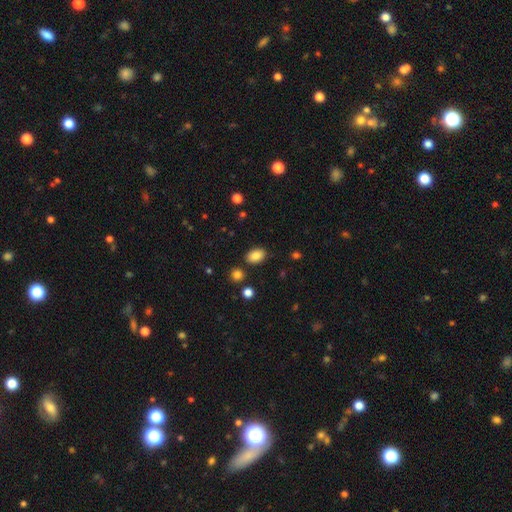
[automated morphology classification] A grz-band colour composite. It shows a smooth galaxy with no disk features (86%) that is in between round and cigar-shaped (86%). Merging: none (83%).